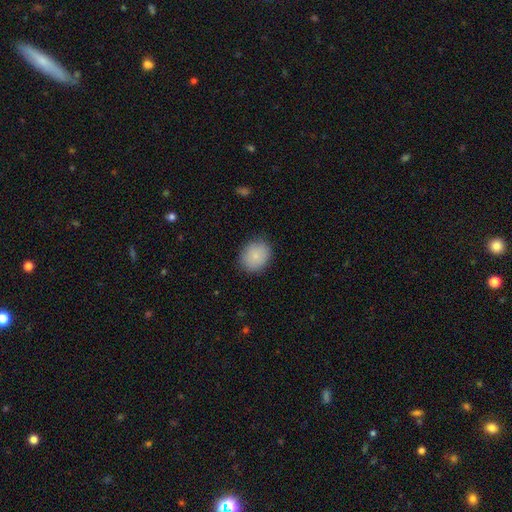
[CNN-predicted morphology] A smooth galaxy with no disk features (85%) that is round (63%).

Vote fractions:
- Smooth or featured? smooth: 85% / star or artifact: 8% / featured or disk: 7%
- How rounded? round: 63% / in between: 37% / cigar-shaped: 1%
- Merging? none: 85% / minor disturbance: 11% / major disturbance: 3% / merger: 1%